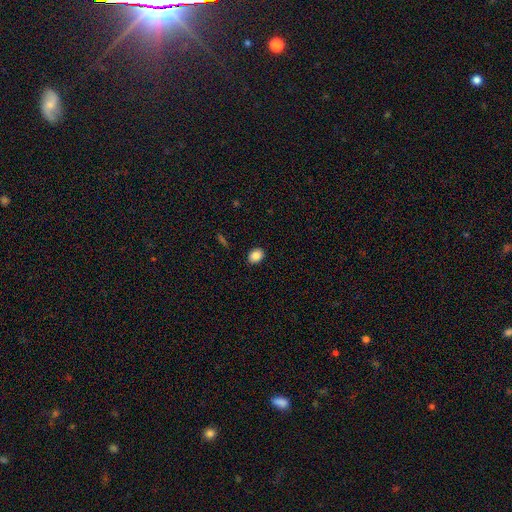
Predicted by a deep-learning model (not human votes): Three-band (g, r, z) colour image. It shows a smooth galaxy with no disk features (86%) that is in between round and cigar-shaped (58%). Merging: none (90%).